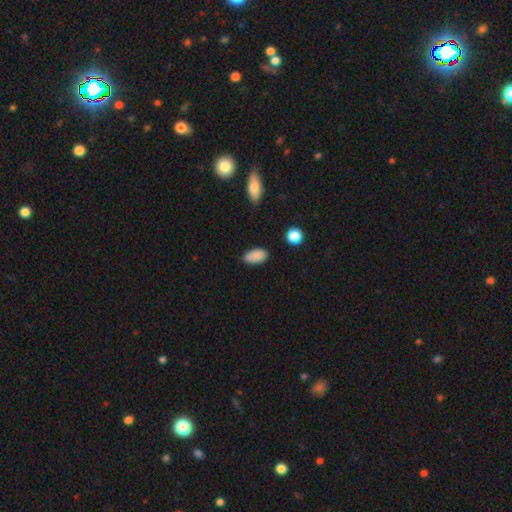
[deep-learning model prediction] Morphology: type=smooth (87%); roundness=in between (93%); merging=none (77%).